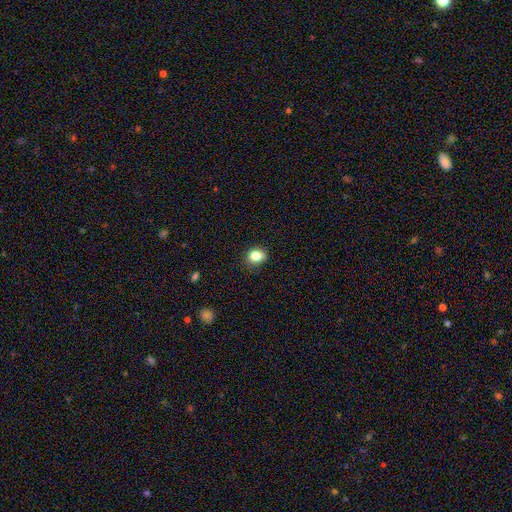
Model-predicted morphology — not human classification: type=smooth (84%); roundness=round (52%); merging=none (84%).